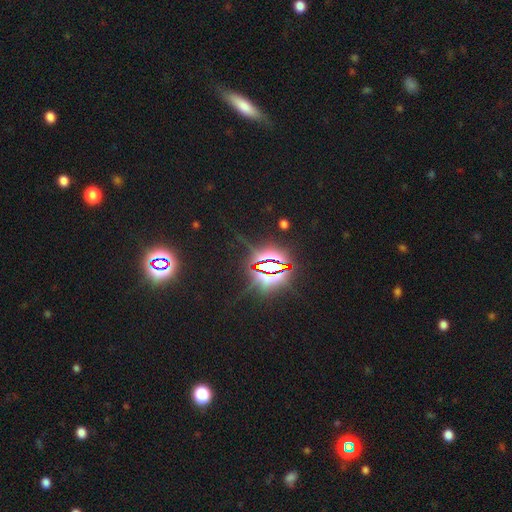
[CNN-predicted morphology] Smooth or featured: star or artifact — 84% (smooth — 8%)